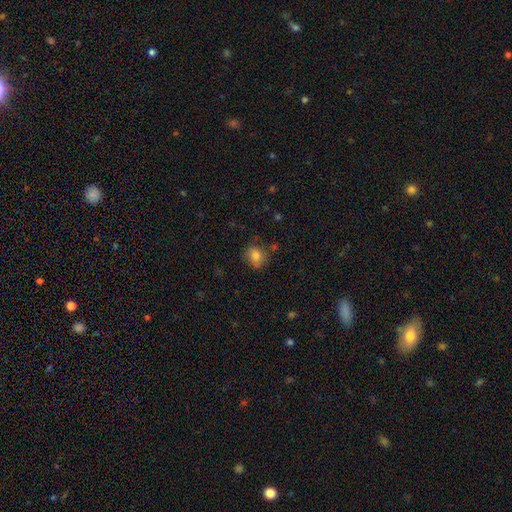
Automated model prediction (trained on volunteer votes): smooth 79%, featured or disk 10%, star or artifact 10%. Down the decision tree: how rounded — round (58%); merging — none (72%).